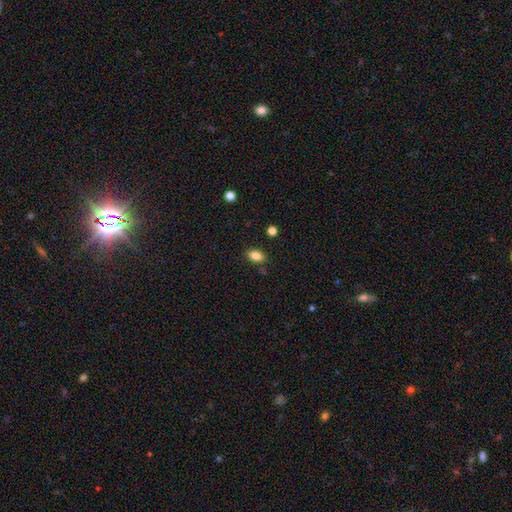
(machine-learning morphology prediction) Overall: smooth (84%). How rounded: in between (81%). Merging: none (82%).